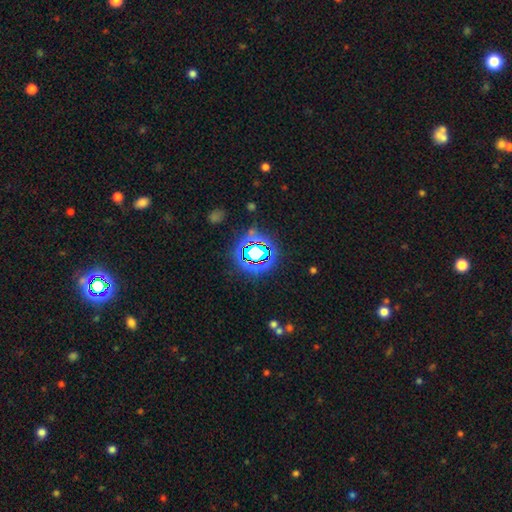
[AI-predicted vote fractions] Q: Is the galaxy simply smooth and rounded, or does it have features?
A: star or artifact — 71%.